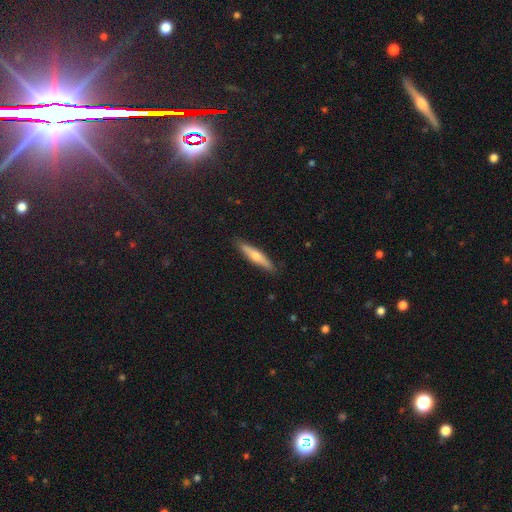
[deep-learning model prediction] Smooth or featured? smooth (56%)
How rounded? cigar-shaped (86%)
Merging? none (88%)